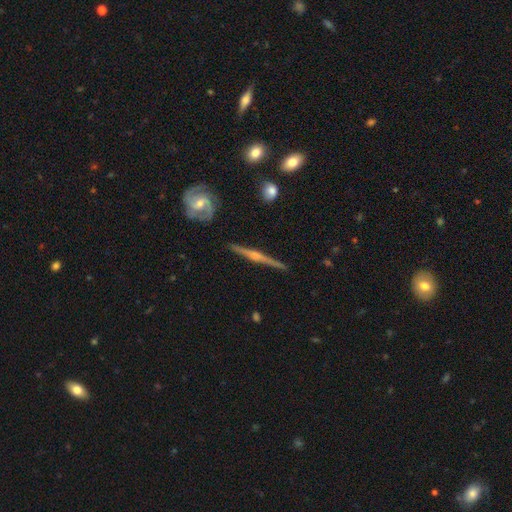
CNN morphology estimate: featured or disk 81%, smooth 14%, star or artifact 5%. Down the decision tree: edge-on disk — yes (97%); edge-on bulge — rounded (68%); merging — none (89%).